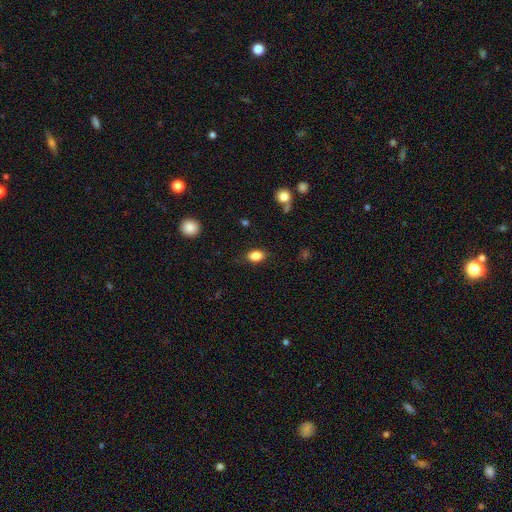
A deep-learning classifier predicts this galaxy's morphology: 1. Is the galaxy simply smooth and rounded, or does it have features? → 85% smooth, 9% star or artifact, 6% featured or disk.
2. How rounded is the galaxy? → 83% in between, 14% round, 2% cigar-shaped.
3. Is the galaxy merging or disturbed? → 83% none, 12% minor disturbance, 3% major disturbance, 1% merger.